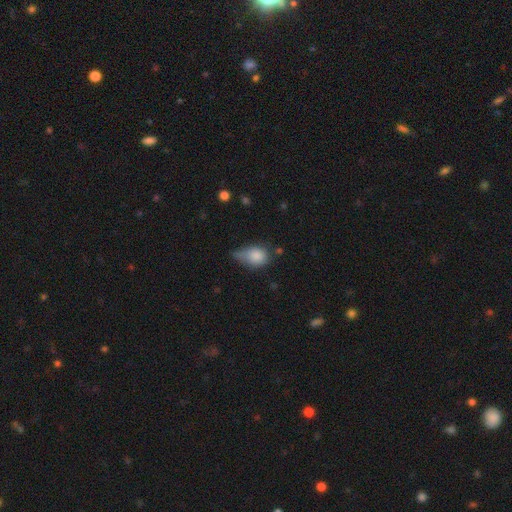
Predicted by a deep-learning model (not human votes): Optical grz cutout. It shows a smooth galaxy with no disk features (82%) that is in between round and cigar-shaped (73%). Merging: minor disturbance (47%).